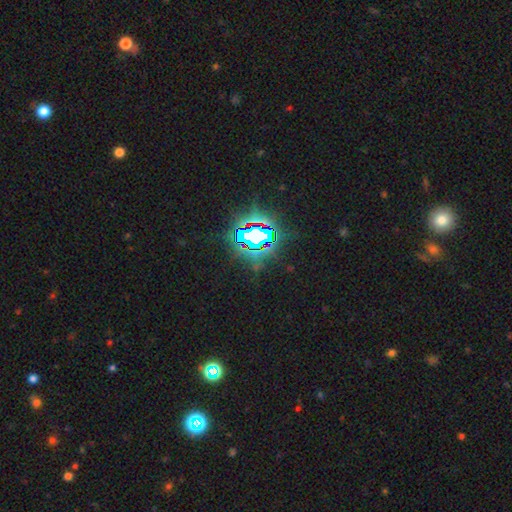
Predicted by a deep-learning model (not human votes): Smooth or featured: star or artifact — 82% (smooth — 10%)